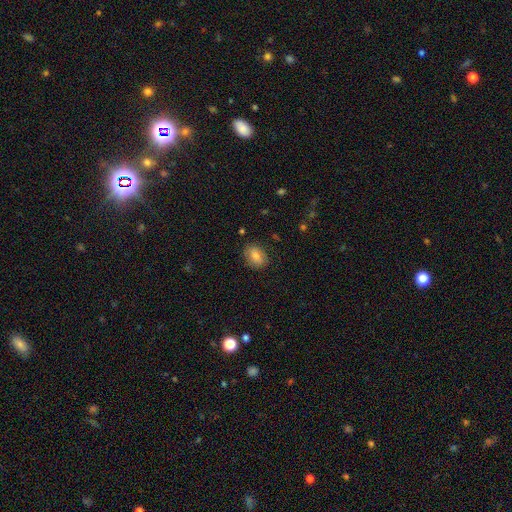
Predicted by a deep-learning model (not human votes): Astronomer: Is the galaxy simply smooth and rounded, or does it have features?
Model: smooth — 76%.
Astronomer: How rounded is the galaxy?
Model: in between — 74%.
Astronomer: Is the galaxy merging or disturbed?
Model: none — 83%.